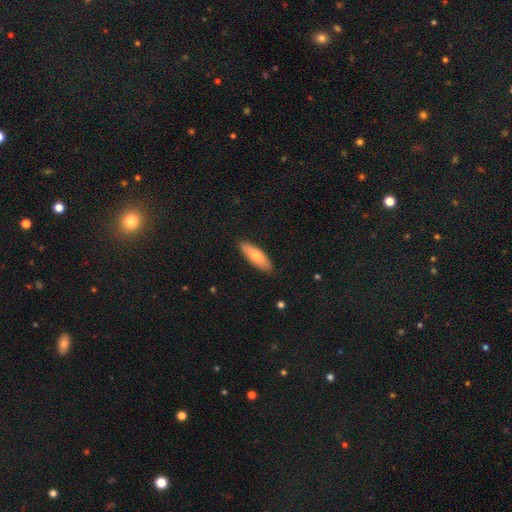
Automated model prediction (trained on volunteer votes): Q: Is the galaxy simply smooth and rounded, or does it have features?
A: smooth — 68%.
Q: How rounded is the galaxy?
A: in between — 56%.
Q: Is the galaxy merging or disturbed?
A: none — 87%.